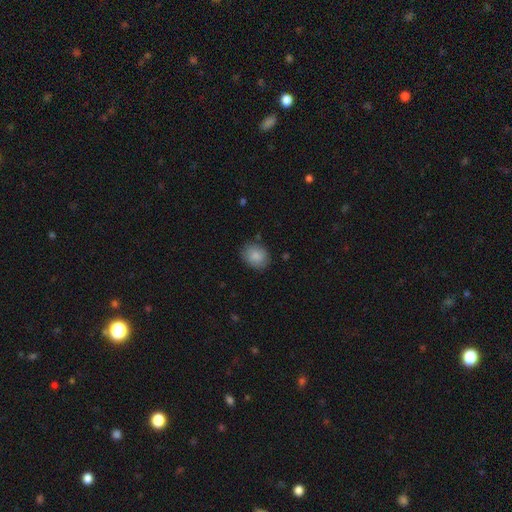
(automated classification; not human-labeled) The model was most divided on "how rounded": round: 55%, in between: 44%, cigar-shaped: 1%. More confident: smooth or featured — smooth (85%); merging — none (82%).